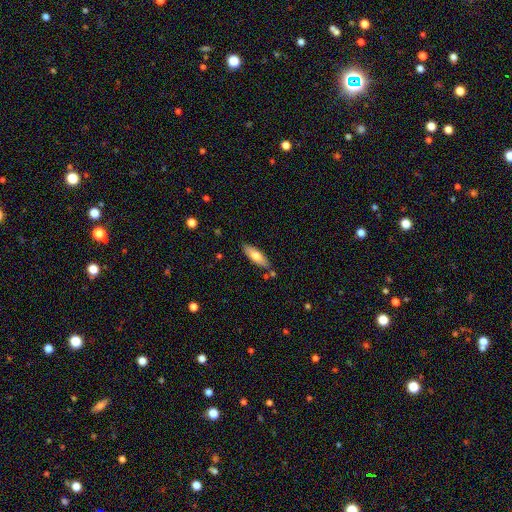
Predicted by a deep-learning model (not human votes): Smooth or featured: smooth — 70% (featured or disk — 24%)
How rounded: in between — 57% (cigar-shaped — 41%)
Merging: none — 81% (minor disturbance — 13%)